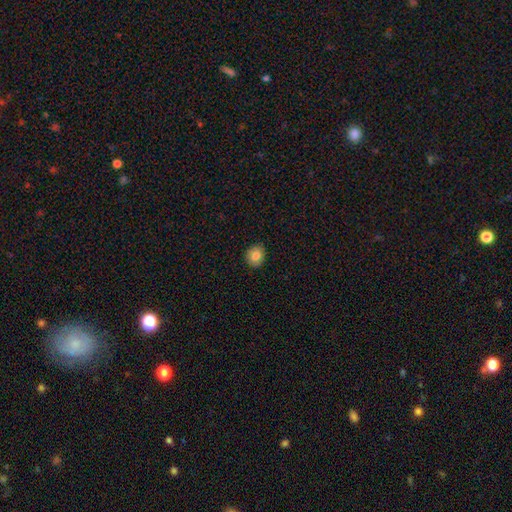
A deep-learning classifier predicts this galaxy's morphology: The model was most divided on "how rounded": round: 74%, in between: 25%, cigar-shaped: 1%. More confident: merging — none (89%); smooth or featured — smooth (83%).